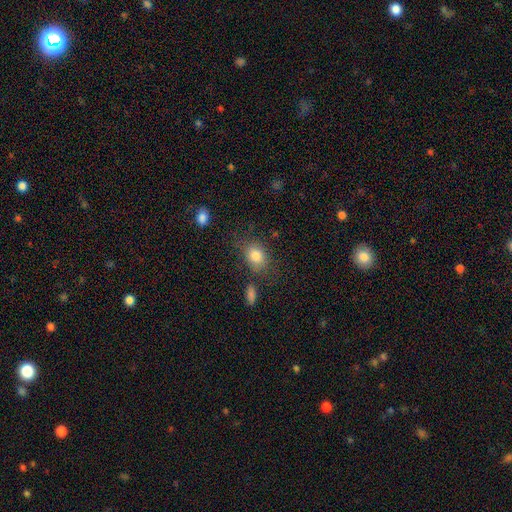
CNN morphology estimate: Smooth or featured: smooth — 82% (star or artifact — 9%)
How rounded: in between — 61% (round — 37%)
Merging: none — 68% (minor disturbance — 19%)